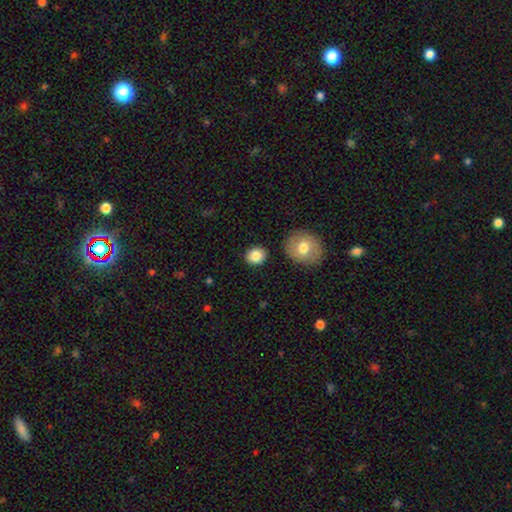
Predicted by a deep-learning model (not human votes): The model was most divided on "how rounded": round: 74%, in between: 25%, cigar-shaped: 1%. More confident: merging — none (86%); smooth or featured — smooth (84%).